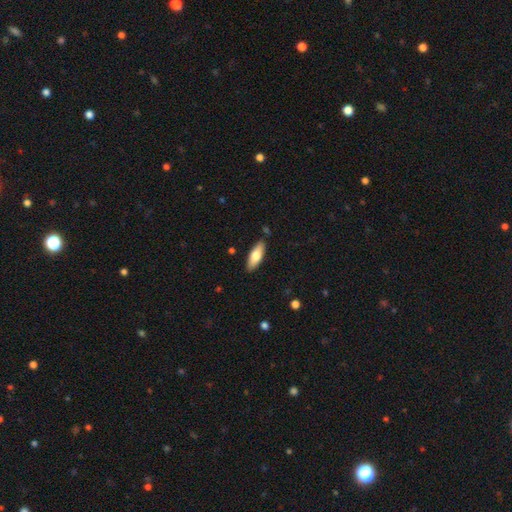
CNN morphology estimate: A smooth galaxy with no disk features (72%) that is in between round and cigar-shaped (68%).

Vote fractions:
- Smooth or featured? smooth: 72% / featured or disk: 22% / star or artifact: 6%
- How rounded? in between: 68% / cigar-shaped: 30% / round: 2%
- Merging? none: 86% / minor disturbance: 10% / major disturbance: 2% / merger: 2%